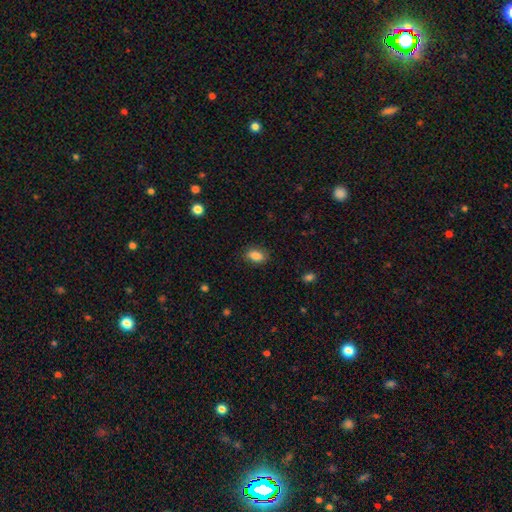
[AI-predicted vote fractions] The model was most divided on "merging": none: 83%, minor disturbance: 13%, major disturbance: 3%, merger: 1%. More confident: how rounded — in between (86%); smooth or featured — smooth (84%).